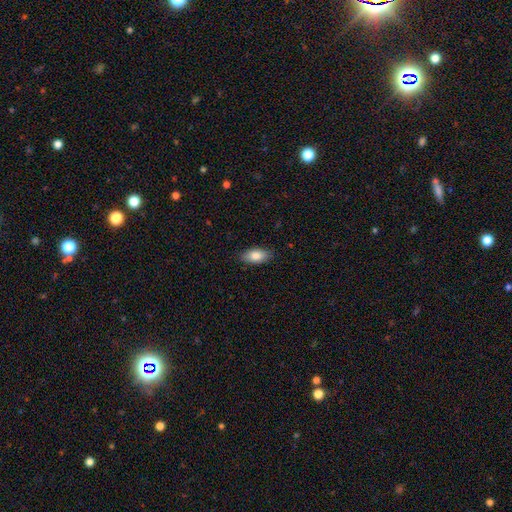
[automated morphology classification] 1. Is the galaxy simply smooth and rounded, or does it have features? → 84% smooth, 9% featured or disk, 7% star or artifact.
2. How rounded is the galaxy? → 91% in between, 6% cigar-shaped, 3% round.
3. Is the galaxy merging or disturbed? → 87% none, 10% minor disturbance, 2% major disturbance, 1% merger.